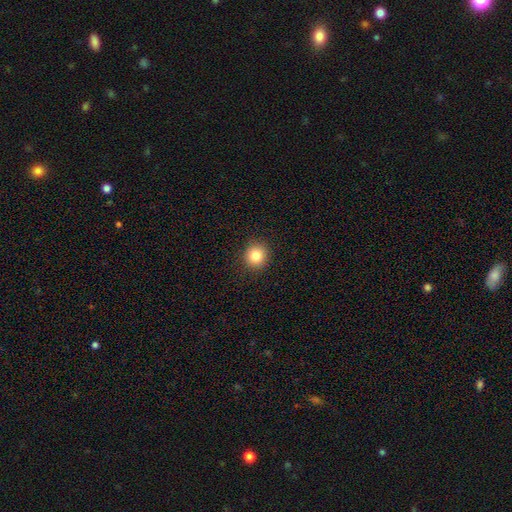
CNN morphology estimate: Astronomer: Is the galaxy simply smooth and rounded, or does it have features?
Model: smooth — 83%.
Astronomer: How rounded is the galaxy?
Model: round — 90%.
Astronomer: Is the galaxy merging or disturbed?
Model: none — 91%.